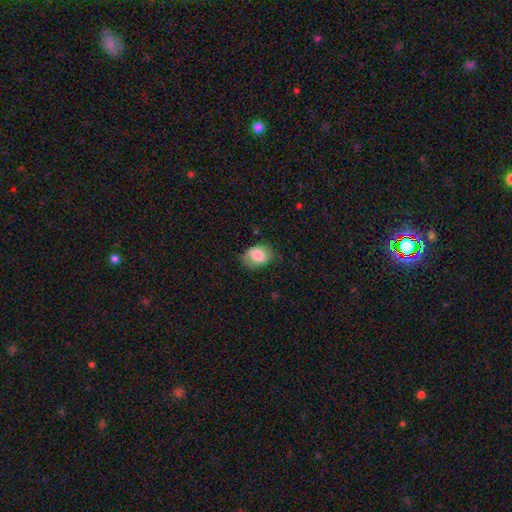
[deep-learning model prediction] Smooth or featured?
  - smooth: 77% *
  - featured or disk: 15%
  - star or artifact: 7%
How rounded?
  - in between: 75% *
  - round: 24%
  - cigar-shaped: 1%
Merging?
  - none: 69% *
  - minor disturbance: 23%
  - major disturbance: 7%
  - merger: 1%